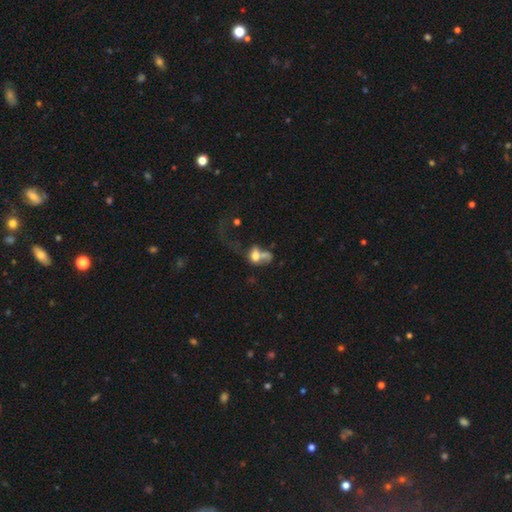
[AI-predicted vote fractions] Smooth or featured: smooth — 54% (featured or disk — 34%)
How rounded: in between — 63% (round — 34%)
Merging: merger — 48% (major disturbance — 34%)